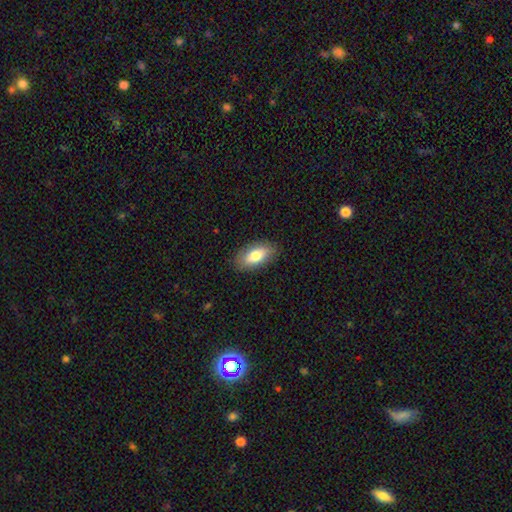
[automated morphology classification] Q: Smooth or featured?
A: smooth (77%); runner-up: featured or disk (16%)
Q: How rounded?
A: in between (89%); runner-up: cigar-shaped (8%)
Q: Merging?
A: none (87%); runner-up: minor disturbance (10%)